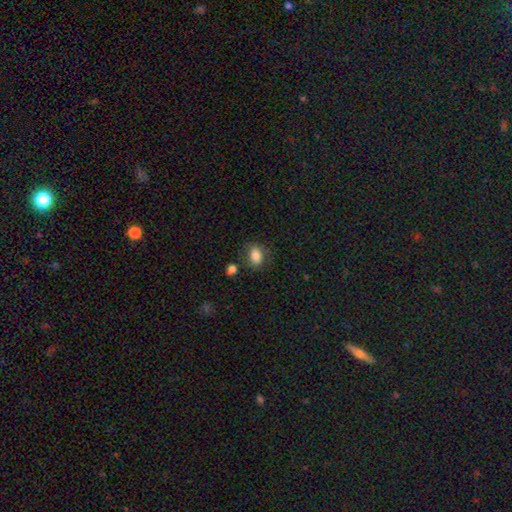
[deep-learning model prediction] A smooth galaxy with no disk features (82%) that is in between round and cigar-shaped (72%).

Vote fractions:
- Smooth or featured? smooth: 82% / star or artifact: 9% / featured or disk: 9%
- How rounded? in between: 72% / round: 27% / cigar-shaped: 1%
- Merging? none: 72% / minor disturbance: 16% / merger: 6% / major disturbance: 6%